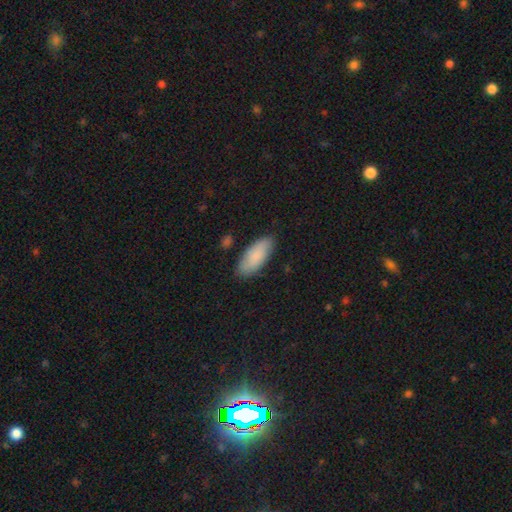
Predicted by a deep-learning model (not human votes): smooth_or_featured: smooth (p=0.83) [alt: featured or disk p=0.11]
how_rounded: in between (p=0.83) [alt: cigar-shaped p=0.15]
merging: none (p=0.83) [alt: minor disturbance p=0.13]